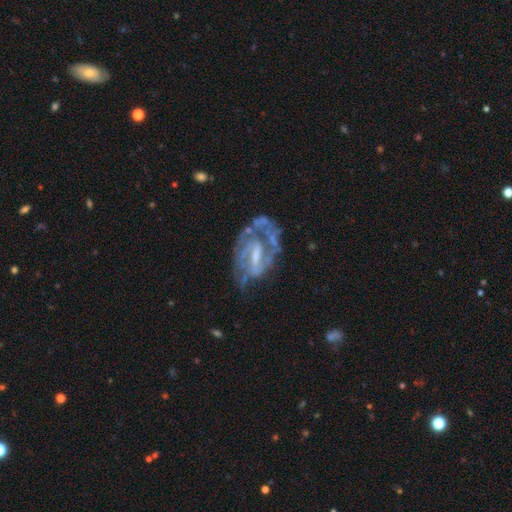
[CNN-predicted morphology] A featured or disk galaxy (83%) with a weak bar (46%), 2 (47%) tight (44%) spiral arms (81%) and a small central bulge (34%, tied with moderate).

Vote fractions:
- Smooth or featured? featured or disk: 83% / smooth: 10% / star or artifact: 7%
- Edge-on disk? no: 96% / yes: 4%
- Bar? weak: 46% / strong: 34% / no: 20%
- Spiral arms? yes: 81% / no: 19%
- Spiral winding? tight: 44% / medium: 42% / loose: 14%
- Spiral arm count? 2: 47% / can't tell: 29% / 3: 10% / 1: 9% / 4: 3% / more than 4: 2%
- Bulge size? small: 34% (tied) / moderate: 34% (tied) / none: 26% / large: 5% / dominant: 1%
- Merging? none: 46% / major disturbance: 26% / minor disturbance: 23% / merger: 5%